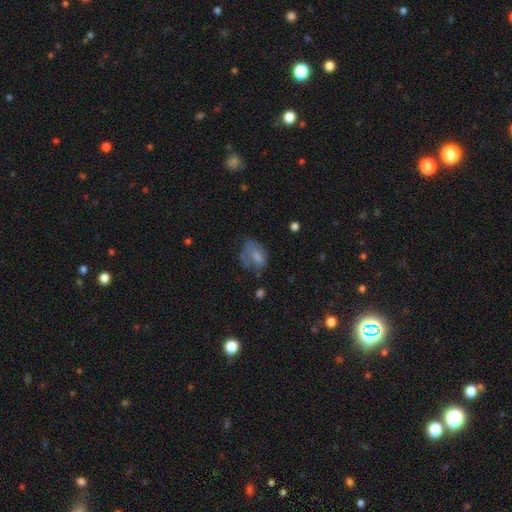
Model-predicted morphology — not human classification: The model was most divided on "merging": none: 36%, major disturbance: 31%, minor disturbance: 29%, merger: 4%. More confident: how rounded — in between (76%); smooth or featured — smooth (63%).